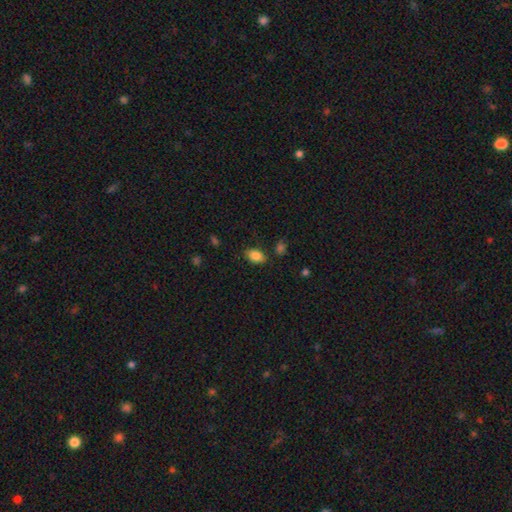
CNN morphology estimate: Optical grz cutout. It shows a smooth galaxy with no disk features (85%) that is in between round and cigar-shaped (88%). Merging: none (81%).